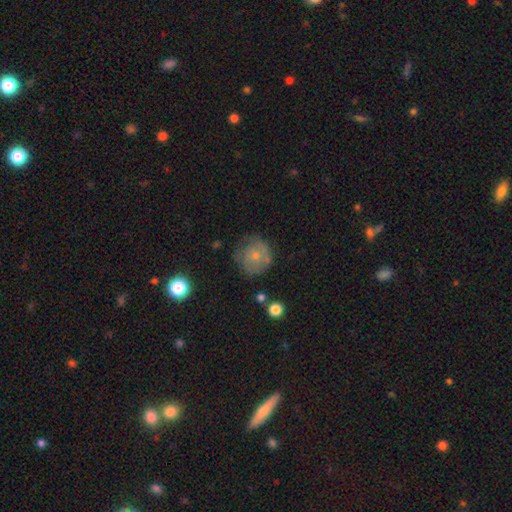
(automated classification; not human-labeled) Q: Smooth or featured?
A: smooth (55%); runner-up: featured or disk (36%)
Q: How rounded?
A: round (87%); runner-up: in between (12%)
Q: Merging?
A: none (59%); runner-up: minor disturbance (26%)